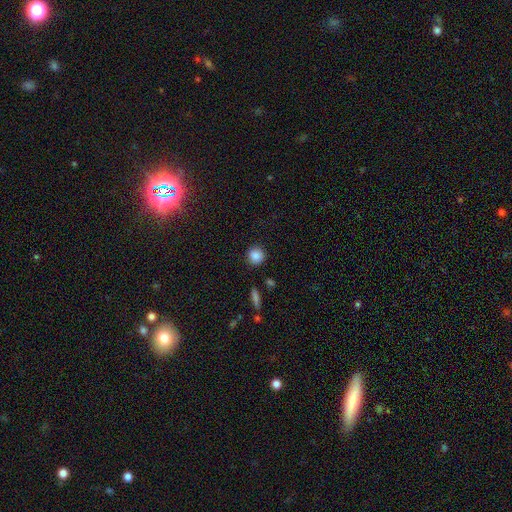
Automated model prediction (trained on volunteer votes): This is clearly a smooth galaxy (87%). How rounded: clearly round (90%). Merging: clearly none (89%).